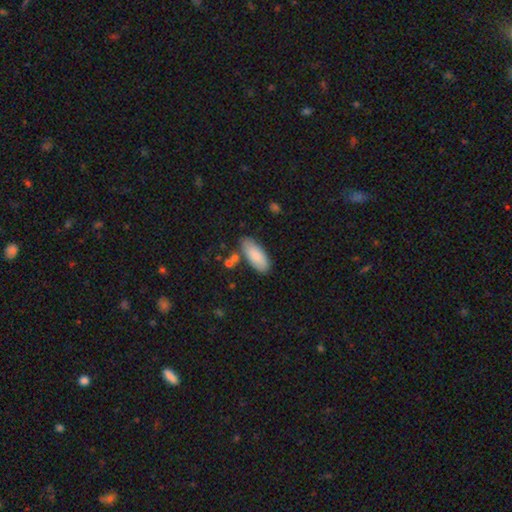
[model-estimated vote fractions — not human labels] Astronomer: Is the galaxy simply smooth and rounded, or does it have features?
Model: smooth — 85%.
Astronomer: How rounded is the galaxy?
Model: in between — 82%.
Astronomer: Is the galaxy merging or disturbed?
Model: none — 74%.